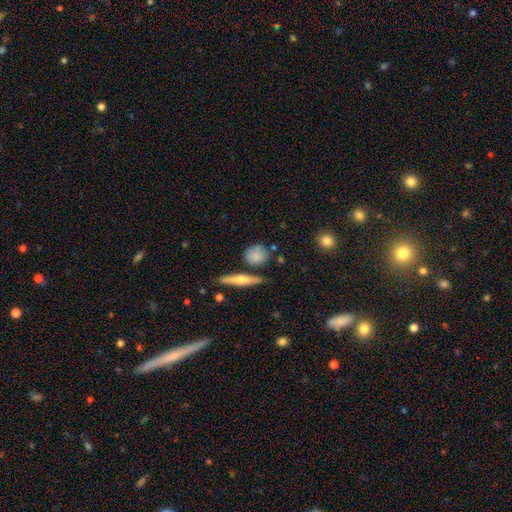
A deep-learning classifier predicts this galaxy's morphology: A smooth galaxy with no disk features (78%) that is round (74%). Merging: none (70%).